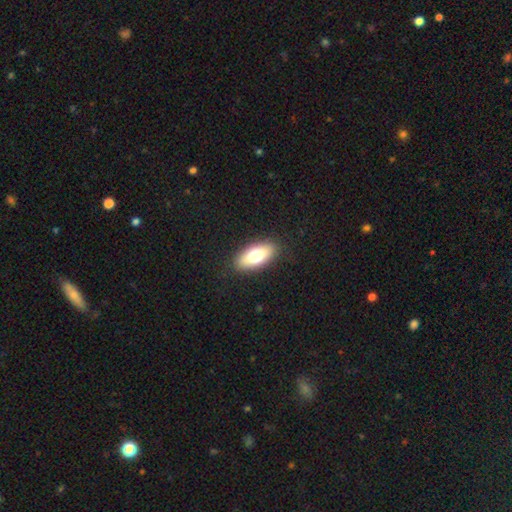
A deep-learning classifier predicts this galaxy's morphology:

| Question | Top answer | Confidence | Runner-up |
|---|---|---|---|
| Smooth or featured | smooth | 74% | featured or disk (19%) |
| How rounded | in between | 85% | cigar-shaped (12%) |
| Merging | none | 88% | minor disturbance (9%) |